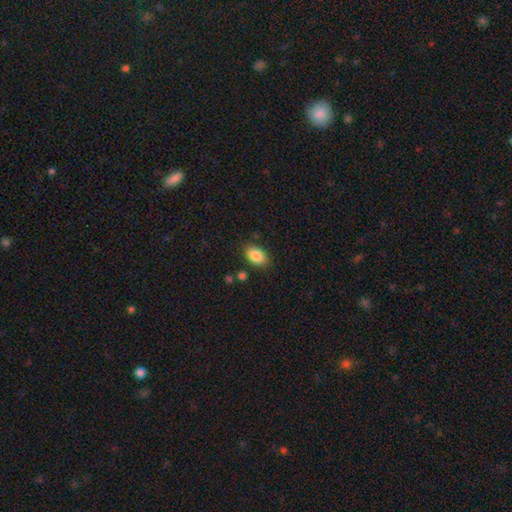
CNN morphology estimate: smooth 88%, star or artifact 8%, featured or disk 5%. Down the decision tree: how rounded — in between (88%); merging — none (83%).